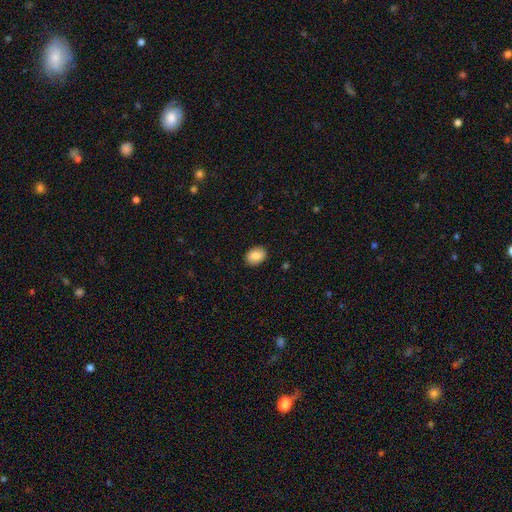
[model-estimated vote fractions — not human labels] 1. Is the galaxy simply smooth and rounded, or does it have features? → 87% smooth, 7% star or artifact, 6% featured or disk.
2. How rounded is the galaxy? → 72% in between, 27% round, 1% cigar-shaped.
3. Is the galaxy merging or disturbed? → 90% none, 7% minor disturbance, 2% major disturbance, 1% merger.